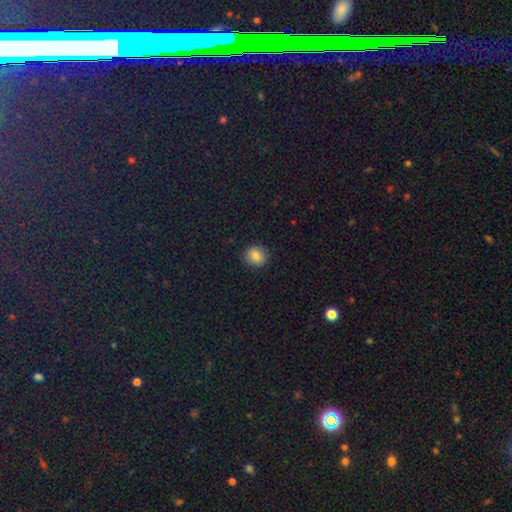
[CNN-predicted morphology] This appears to be a smooth galaxy with no disk features (83%) that is round (83%). Merging: none (90%).